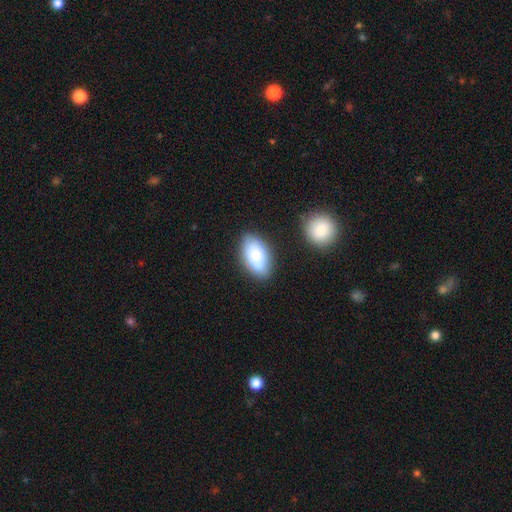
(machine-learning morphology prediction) A smooth galaxy with no disk features (77%) that is in between round and cigar-shaped (93%).

Vote fractions:
- Smooth or featured? smooth: 77% / featured or disk: 17% / star or artifact: 7%
- How rounded? in between: 93% / round: 4% / cigar-shaped: 2%
- Merging? none: 80% / minor disturbance: 13% / merger: 3% / major disturbance: 3%